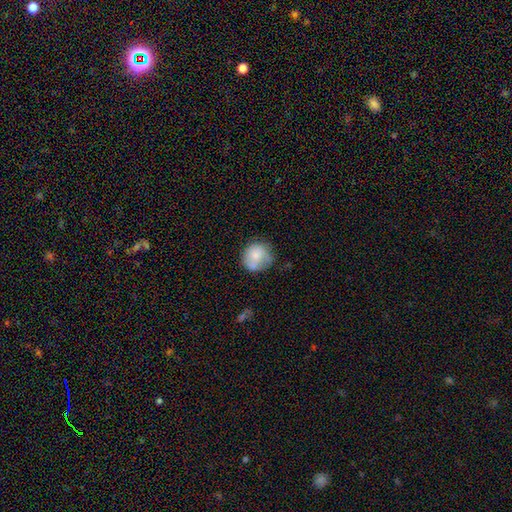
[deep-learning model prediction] A smooth galaxy with no disk features (68%) that is round (83%).

Vote fractions:
- Smooth or featured? smooth: 68% / featured or disk: 24% / star or artifact: 8%
- How rounded? round: 83% / in between: 16% / cigar-shaped: 1%
- Merging? none: 57% / minor disturbance: 27% / major disturbance: 11% / merger: 5%